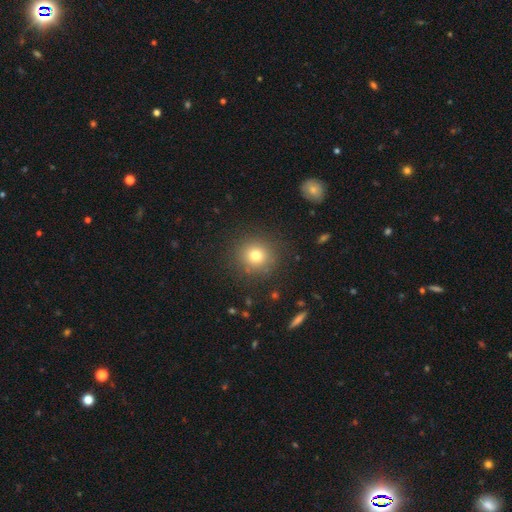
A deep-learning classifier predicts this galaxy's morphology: This appears to be a smooth galaxy with no disk features (77%) that is round (91%). Merging: none (88%).